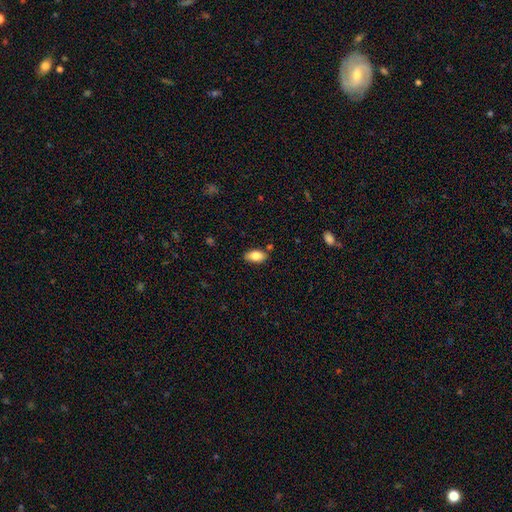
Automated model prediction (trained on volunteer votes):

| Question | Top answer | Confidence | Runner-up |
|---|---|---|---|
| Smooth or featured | smooth | 83% | featured or disk (10%) |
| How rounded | in between | 92% | cigar-shaped (4%) |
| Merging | none | 83% | minor disturbance (12%) |